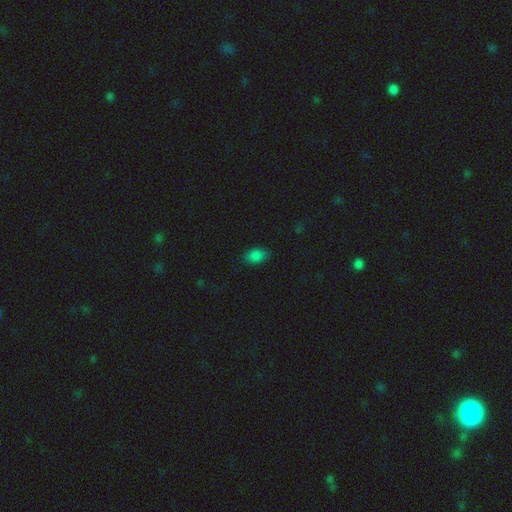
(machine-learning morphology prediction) smooth 83%, star or artifact 13%, featured or disk 4%. Down the decision tree: how rounded — in between (89%); merging — none (81%).